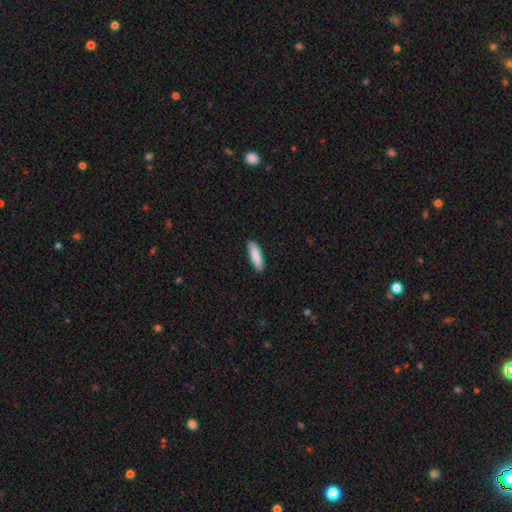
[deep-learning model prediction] This is clearly a smooth galaxy (87%). How rounded: likely cigar-shaped (65%). Merging: clearly none (88%).